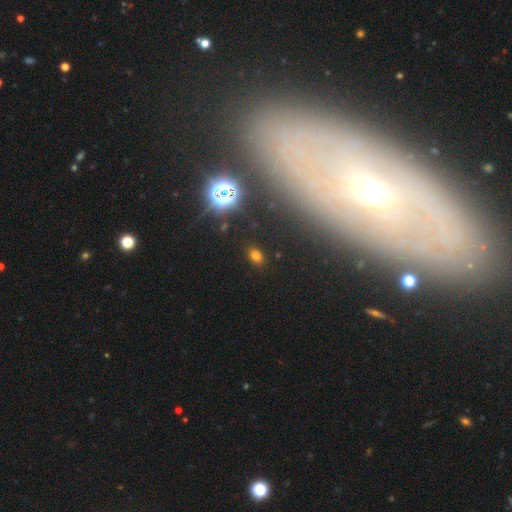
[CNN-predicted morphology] Overall: smooth (67%). How rounded: in between (75%). Merging: none (87%).